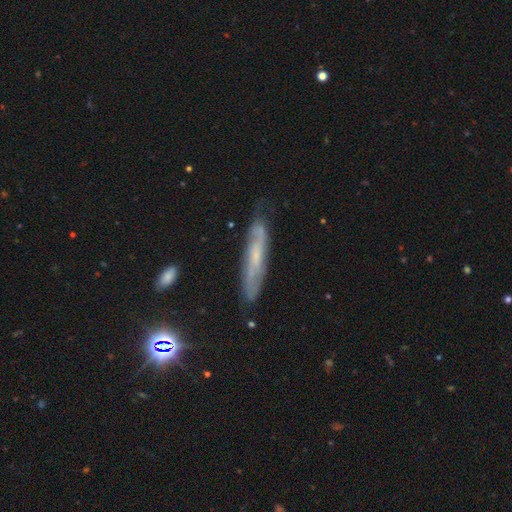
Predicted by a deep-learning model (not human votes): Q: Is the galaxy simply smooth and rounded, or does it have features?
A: featured or disk — 61%.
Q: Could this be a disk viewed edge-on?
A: yes — 54%.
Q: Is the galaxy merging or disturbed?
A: none — 73%.